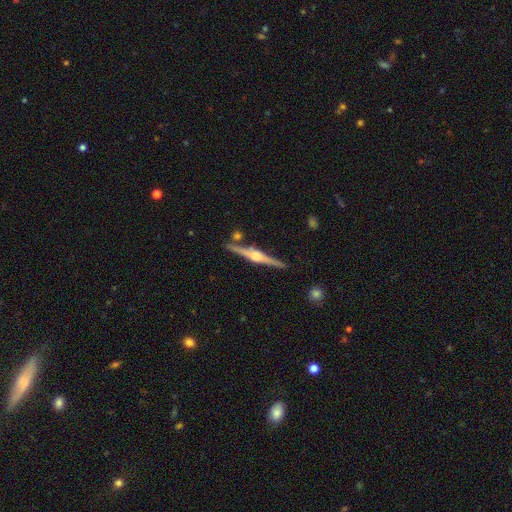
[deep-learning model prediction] smooth-or-featured: featured or disk: 85% | smooth: 10% | star or artifact: 5%
  disk-edge-on: yes: 98% | no: 2%
    edge-on-bulge: rounded: 85% | boxy: 12% | none: 3%
  merging: none: 87% | minor disturbance: 7% | merger: 4% | major disturbance: 2%